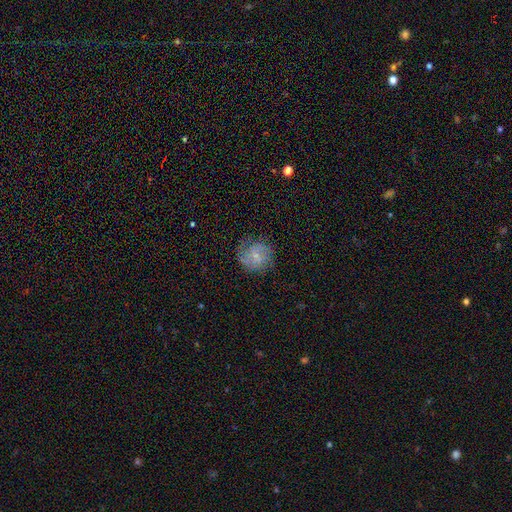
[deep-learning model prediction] This appears to be a smooth galaxy with no disk features (55%) that is round (86%). Merging: none (71%).